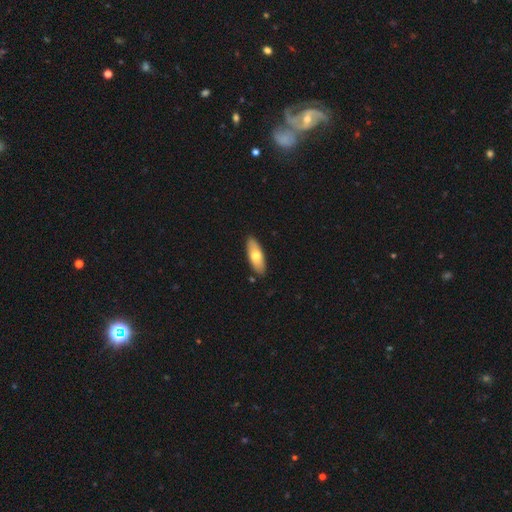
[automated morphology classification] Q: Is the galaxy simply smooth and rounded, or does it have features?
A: smooth — 69%.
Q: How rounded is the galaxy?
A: in between — 71%.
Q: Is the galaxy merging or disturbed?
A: none — 88%.